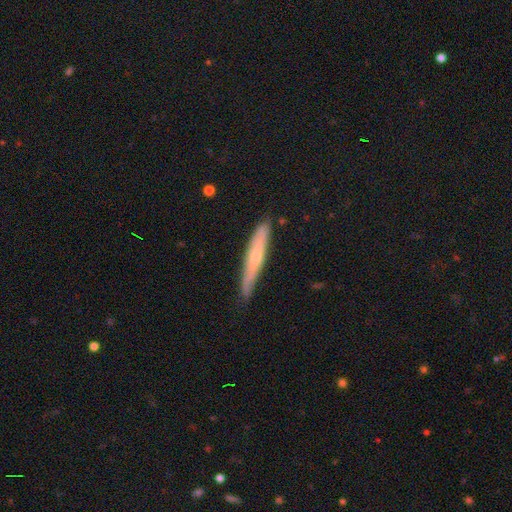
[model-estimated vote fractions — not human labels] Q: Smooth or featured?
A: smooth (50%); runner-up: featured or disk (44%)
Q: Merging?
A: none (81%); runner-up: minor disturbance (16%)